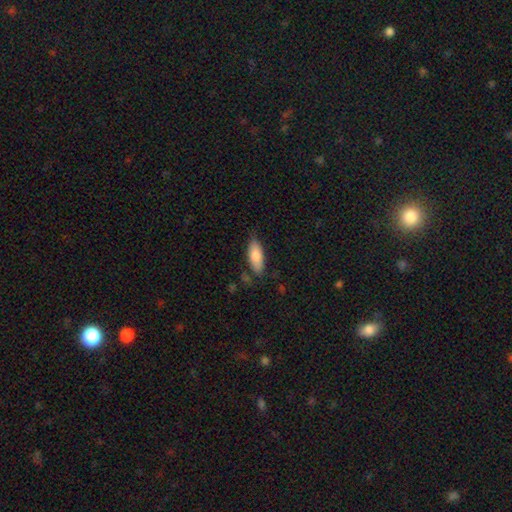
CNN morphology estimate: A smooth galaxy with no disk features (80%) that is in between round and cigar-shaped (74%). Merging: none (75%).